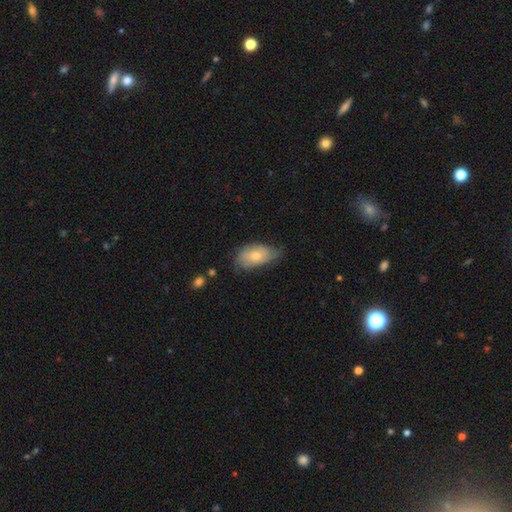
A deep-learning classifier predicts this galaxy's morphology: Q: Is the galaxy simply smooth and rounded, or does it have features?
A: smooth — 62%.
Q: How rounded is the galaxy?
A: in between — 91%.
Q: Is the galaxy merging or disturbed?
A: none — 49%.